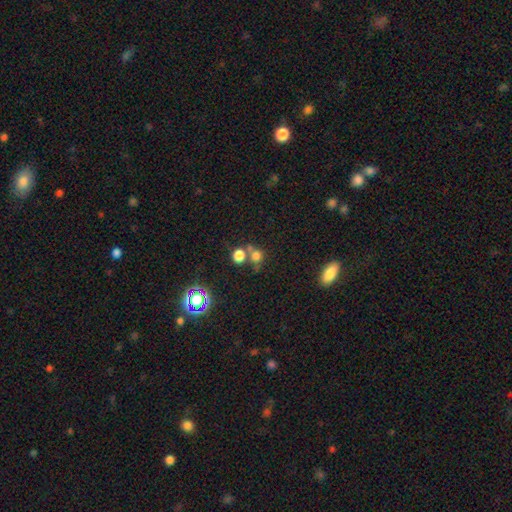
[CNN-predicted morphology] smooth 71%, star or artifact 19%, featured or disk 10%. Down the decision tree: how rounded — round (80%); merging — none (47%).